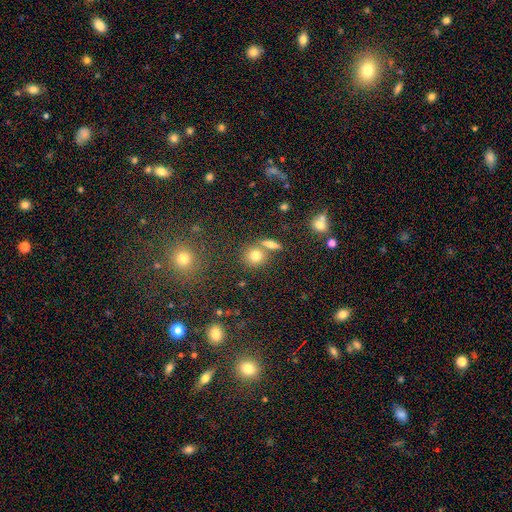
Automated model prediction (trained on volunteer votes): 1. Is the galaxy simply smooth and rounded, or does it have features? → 75% smooth, 13% star or artifact, 12% featured or disk.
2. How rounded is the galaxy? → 78% round, 18% in between, 4% cigar-shaped.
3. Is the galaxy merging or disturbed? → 64% none, 23% merger, 9% minor disturbance, 4% major disturbance.